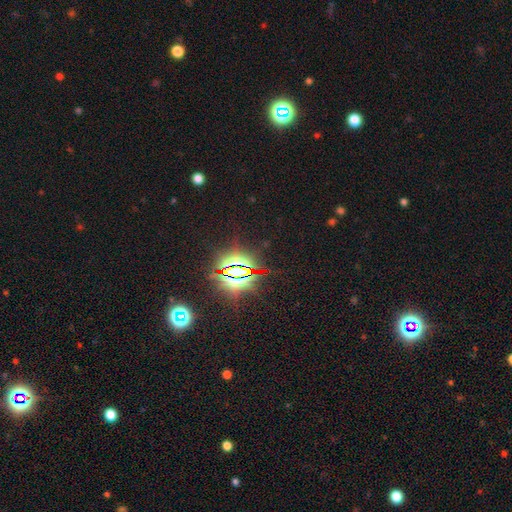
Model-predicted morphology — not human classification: Smooth or featured? Predicted: star or artifact (p=0.83).